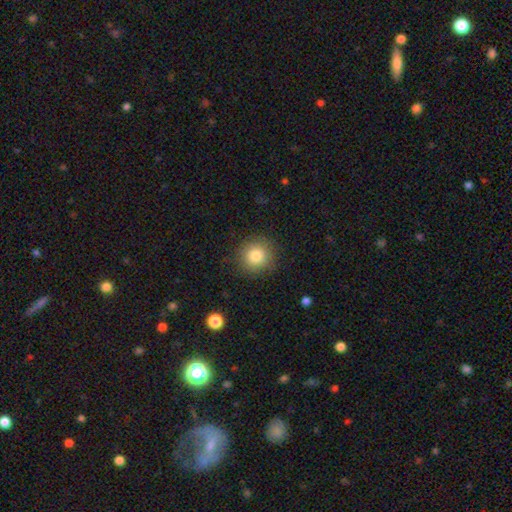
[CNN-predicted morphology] Q: Smooth or featured?
A: smooth (83%); runner-up: star or artifact (10%)
Q: How rounded?
A: round (93%); runner-up: in between (6%)
Q: Merging?
A: none (87%); runner-up: minor disturbance (9%)